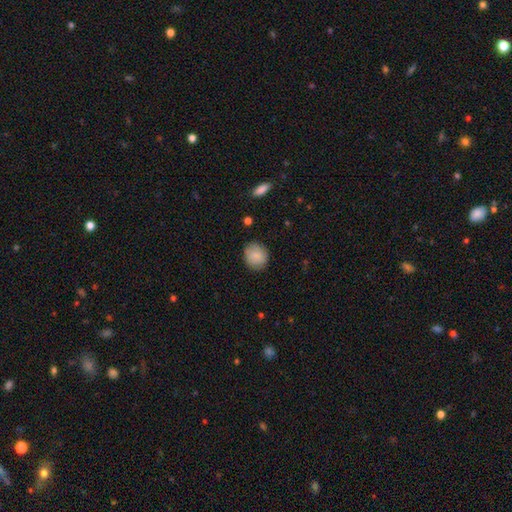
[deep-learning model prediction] smooth_or_featured: smooth (p=0.85) [alt: featured or disk p=0.08]
how_rounded: round (p=0.72) [alt: in between p=0.27]
merging: none (p=0.85) [alt: minor disturbance p=0.11]